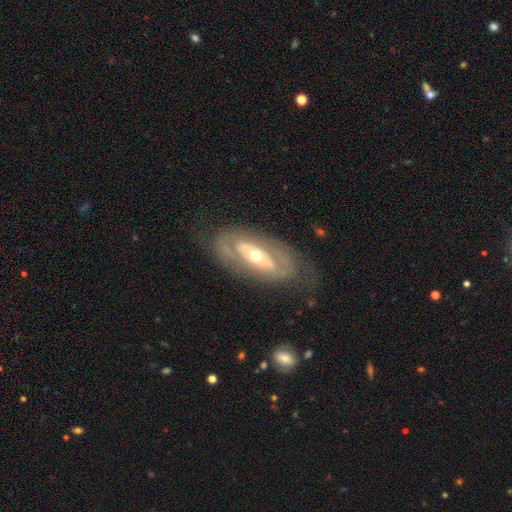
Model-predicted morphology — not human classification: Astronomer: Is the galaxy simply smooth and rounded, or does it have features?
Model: featured or disk — 76%.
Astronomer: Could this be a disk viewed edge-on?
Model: no — 89%.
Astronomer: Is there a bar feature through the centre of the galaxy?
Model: no — 52%.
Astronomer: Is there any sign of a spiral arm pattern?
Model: yes — 55% (runner-up: no, 45%).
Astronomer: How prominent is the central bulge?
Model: moderate — 63%.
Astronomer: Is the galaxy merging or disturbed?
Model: none — 71%.